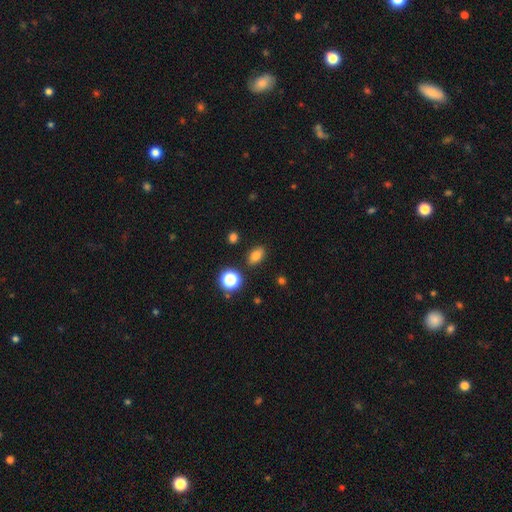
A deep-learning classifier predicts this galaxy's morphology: This appears to be a smooth galaxy with no disk features (79%) that is in between round and cigar-shaped (80%). Merging: none (86%).